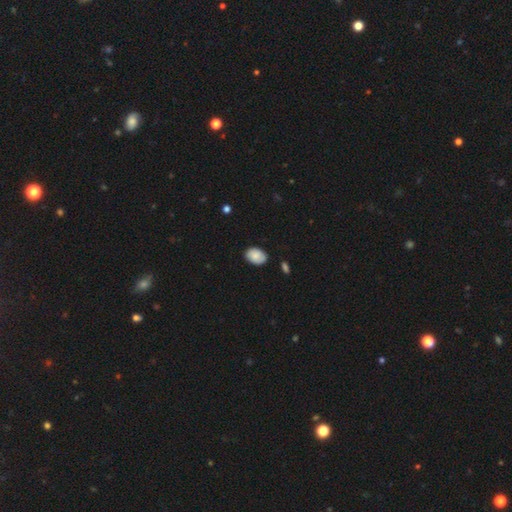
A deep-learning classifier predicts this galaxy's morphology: The model was most divided on "merging": none: 79%, minor disturbance: 16%, major disturbance: 3%, merger: 2%. More confident: smooth or featured — smooth (82%); how rounded — in between (81%).